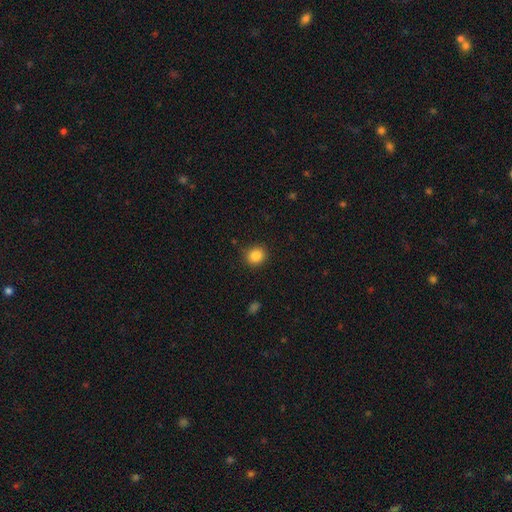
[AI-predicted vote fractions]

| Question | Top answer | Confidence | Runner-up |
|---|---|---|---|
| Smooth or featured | smooth | 85% | star or artifact (10%) |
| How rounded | round | 78% | in between (21%) |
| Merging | none | 89% | minor disturbance (8%) |